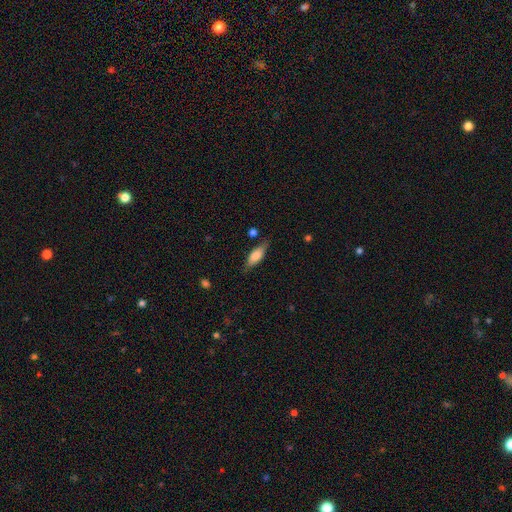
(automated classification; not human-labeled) Smooth or featured? Predicted: smooth (p=0.71). How rounded? Predicted: in between (p=0.61). Merging? Predicted: none (p=0.76).